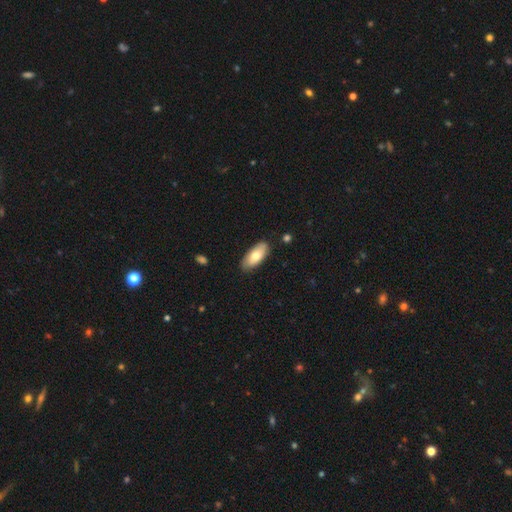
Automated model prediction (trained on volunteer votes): This is likely a smooth galaxy (73%). How rounded: clearly in between (88%). Merging: clearly none (84%).